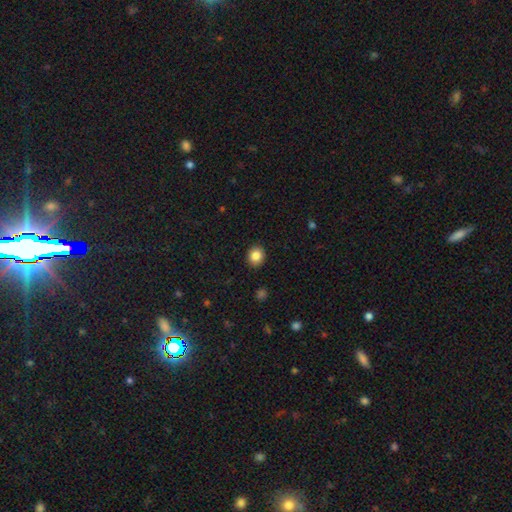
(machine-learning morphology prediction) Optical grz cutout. It shows a smooth galaxy with no disk features (84%) that is round (79%). Merging: none (92%).